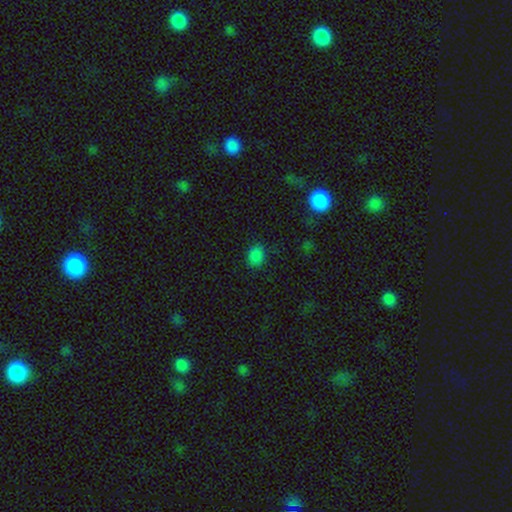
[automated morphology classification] smooth-or-featured: smooth: 81% | star or artifact: 16% | featured or disk: 3%
  how-rounded: in between: 64% | round: 35% | cigar-shaped: 1%
  merging: none: 84% | minor disturbance: 12% | major disturbance: 3% | merger: 1%